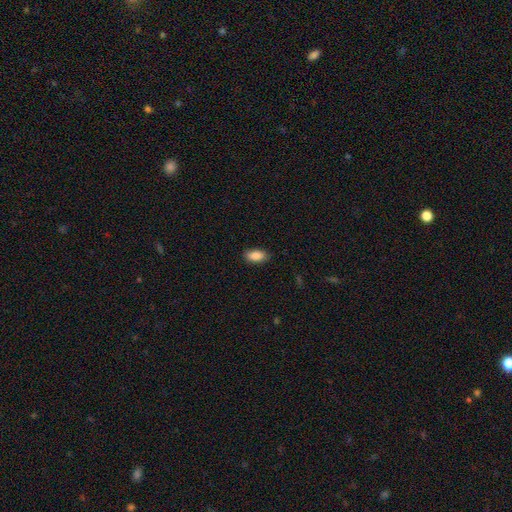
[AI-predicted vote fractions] smooth_or_featured: smooth (p=0.87) [alt: star or artifact p=0.07]
how_rounded: in between (p=0.91) [alt: cigar-shaped p=0.06]
merging: none (p=0.86) [alt: minor disturbance p=0.10]